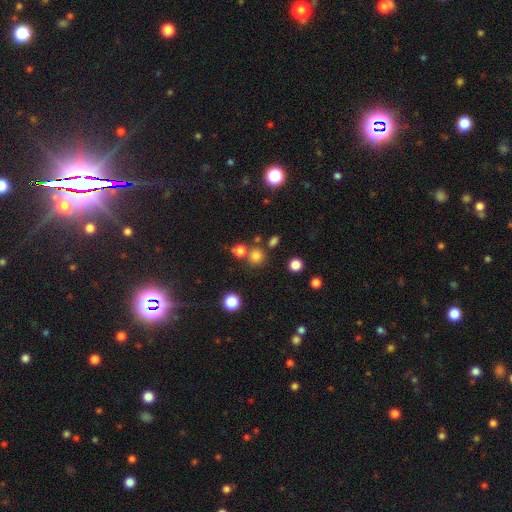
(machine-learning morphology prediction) Q: Smooth or featured?
A: smooth (76%); runner-up: star or artifact (18%)
Q: How rounded?
A: round (91%); runner-up: in between (8%)
Q: Merging?
A: none (74%); runner-up: merger (15%)